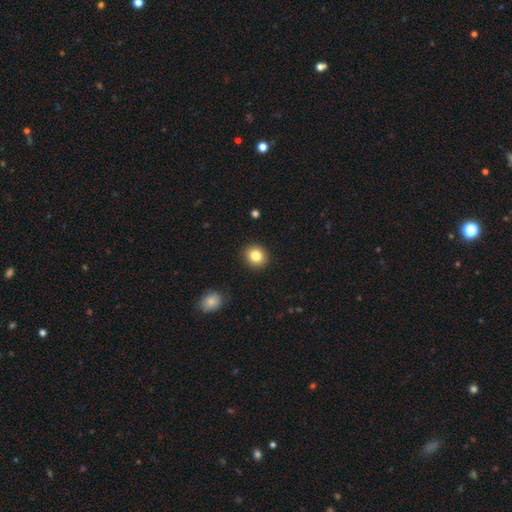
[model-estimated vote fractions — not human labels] A smooth galaxy with no disk features (84%) that is round (74%).

Vote fractions:
- Smooth or featured? smooth: 84% / star or artifact: 9% / featured or disk: 7%
- How rounded? round: 74% / in between: 26% / cigar-shaped: 1%
- Merging? none: 91% / minor disturbance: 6% / major disturbance: 2% / merger: 1%